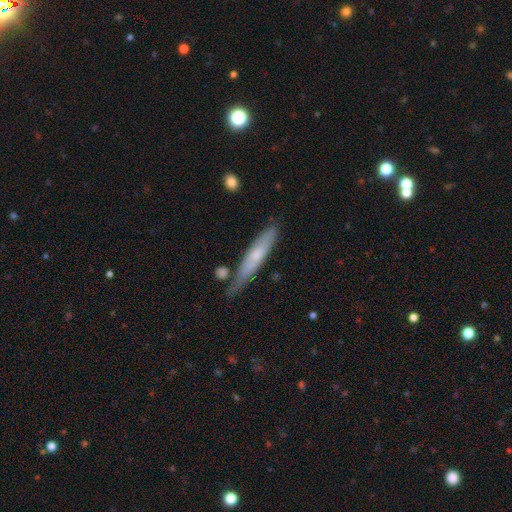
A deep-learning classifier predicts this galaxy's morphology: This is possibly a smooth galaxy (52%). How rounded: clearly cigar-shaped (90%). Merging: likely none (65%).